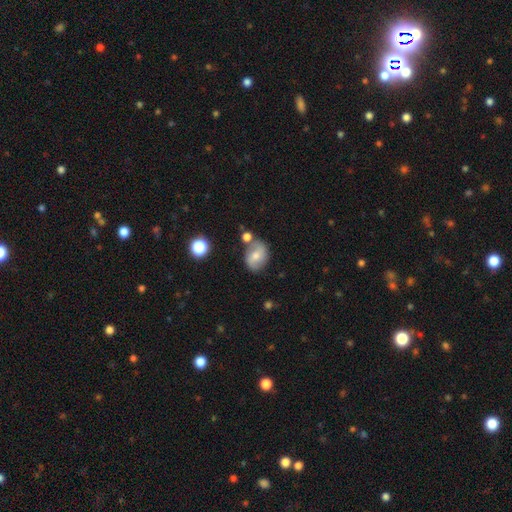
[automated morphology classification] A smooth galaxy with no disk features (55%) that is in between round and cigar-shaped (59%). Merging: none (62%).